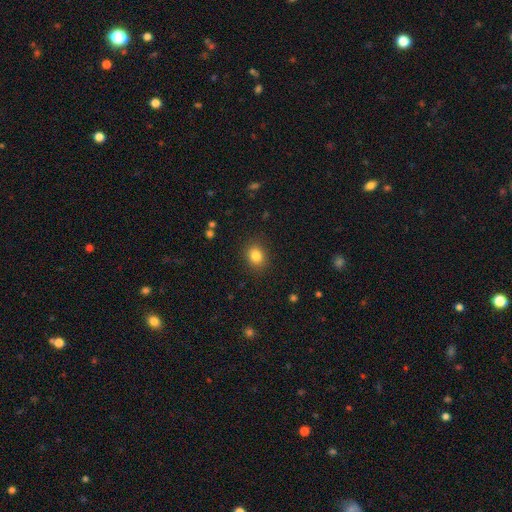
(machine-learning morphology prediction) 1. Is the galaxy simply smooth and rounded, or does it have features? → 84% smooth, 11% star or artifact, 5% featured or disk.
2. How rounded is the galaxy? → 59% round, 40% in between, 1% cigar-shaped.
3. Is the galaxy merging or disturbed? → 87% none, 9% minor disturbance, 3% major disturbance, 1% merger.